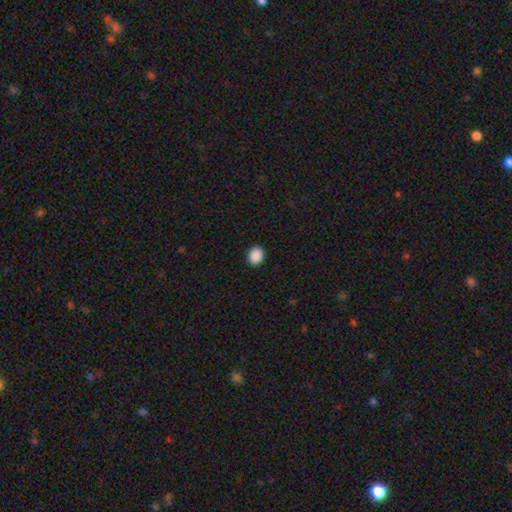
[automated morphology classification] The model was most divided on "how rounded": round: 54%, in between: 45%, cigar-shaped: 1%. More confident: merging — none (92%); smooth or featured — smooth (90%).